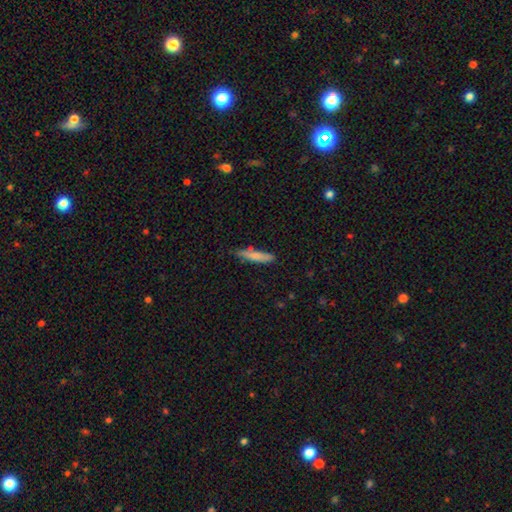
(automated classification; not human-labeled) Morphology: type=smooth (75%); roundness=cigar-shaped (86%); merging=none (75%).